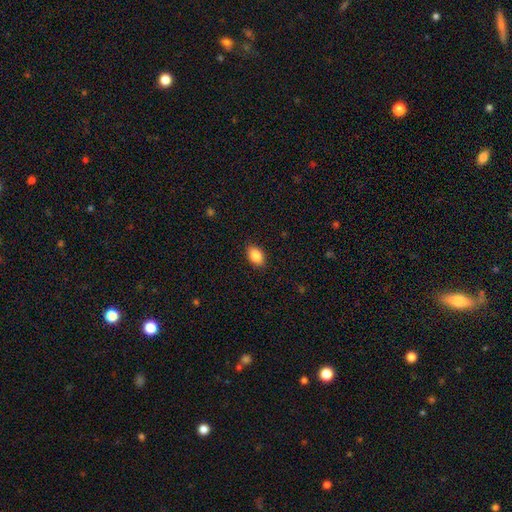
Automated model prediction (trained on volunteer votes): Overall: smooth (88%). How rounded: in between (89%). Merging: none (87%).